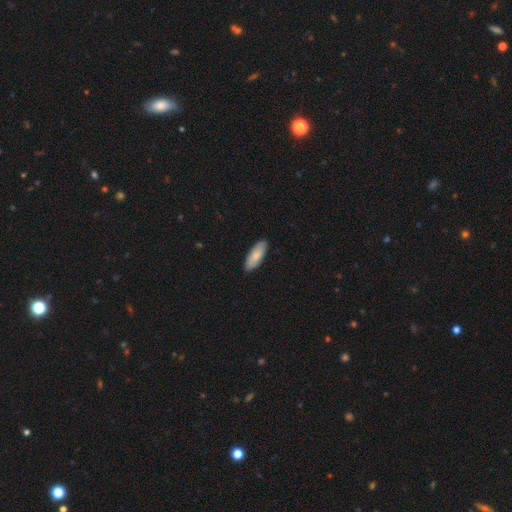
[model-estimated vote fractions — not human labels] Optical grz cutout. It shows a smooth galaxy with no disk features (81%) that is in between round and cigar-shaped (74%). Merging: none (89%).